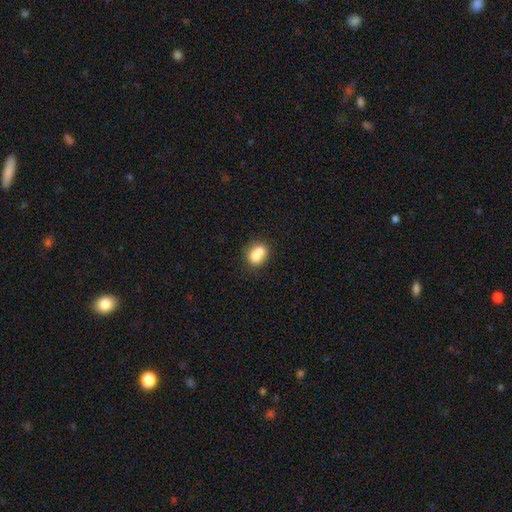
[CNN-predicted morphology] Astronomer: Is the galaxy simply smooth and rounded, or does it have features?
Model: smooth — 73%.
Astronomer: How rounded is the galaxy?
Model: in between — 50% (runner-up: round, 49%).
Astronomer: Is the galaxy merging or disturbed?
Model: merger — 47% (runner-up: none, 37%).